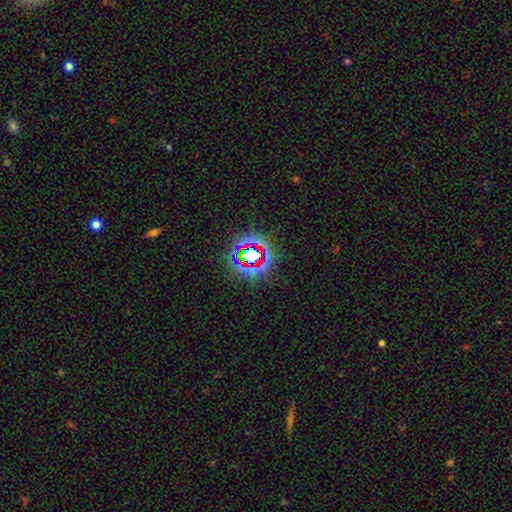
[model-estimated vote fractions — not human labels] Q: Smooth or featured?
A: star or artifact (71%); runner-up: smooth (19%)